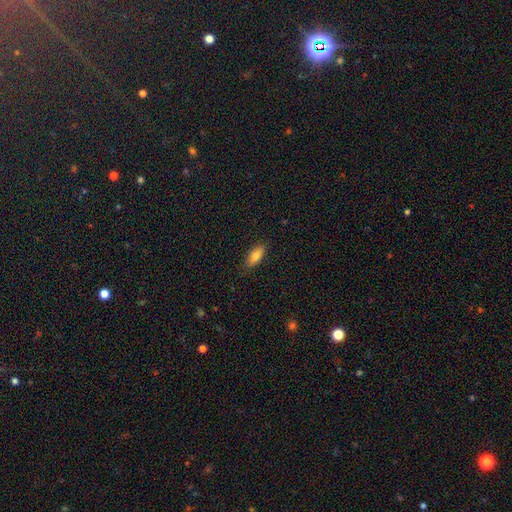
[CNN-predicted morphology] smooth 78%, featured or disk 14%, star or artifact 7%. Down the decision tree: how rounded — in between (74%); merging — none (85%).